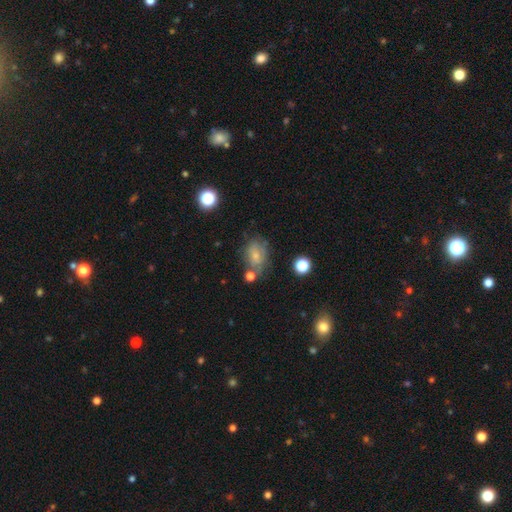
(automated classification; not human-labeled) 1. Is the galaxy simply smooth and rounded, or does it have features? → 57% smooth, 31% featured or disk, 12% star or artifact.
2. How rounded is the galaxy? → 70% in between, 29% round, 2% cigar-shaped.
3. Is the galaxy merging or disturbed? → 48% none, 25% minor disturbance, 14% major disturbance, 13% merger.